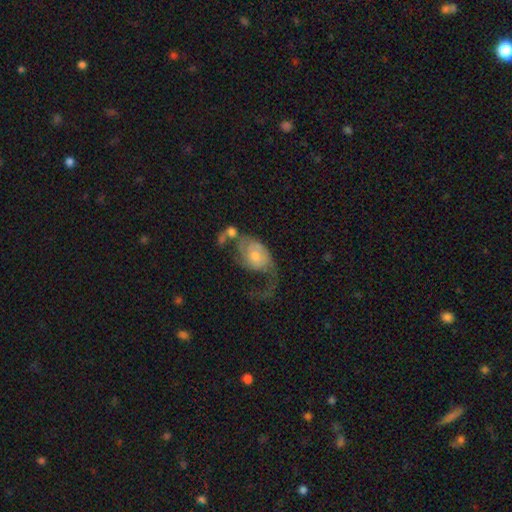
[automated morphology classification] smooth-or-featured: featured or disk: 70% | smooth: 24% | star or artifact: 6%
  disk-edge-on: no: 96% | yes: 4%
    bar: no: 72% | weak: 24% | strong: 4%
    has-spiral-arms: yes: 84% | no: 16%
      spiral-winding: loose: 51% | medium: 30% | tight: 19%
      spiral-arm-count: 2: 50% | 1: 31% | can't tell: 13% | 3: 3% | 4: 2% | more than 4: 2%
    bulge-size: moderate: 52% | small: 30% | large: 11% | none: 5% | dominant: 2%
  merging: major disturbance: 45% | none: 20% | merger: 19% | minor disturbance: 15%